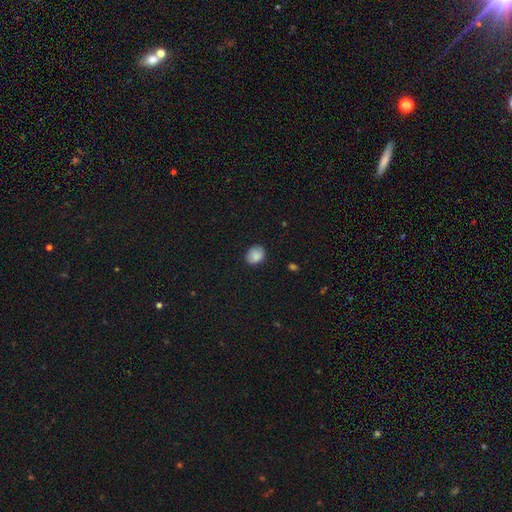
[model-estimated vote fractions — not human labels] A smooth galaxy with no disk features (87%) that is round (51%).

Vote fractions:
- Smooth or featured? smooth: 87% / star or artifact: 8% / featured or disk: 4%
- How rounded? round: 51% / in between: 48% / cigar-shaped: 1%
- Merging? none: 83% / minor disturbance: 14% / major disturbance: 3% / merger: 1%